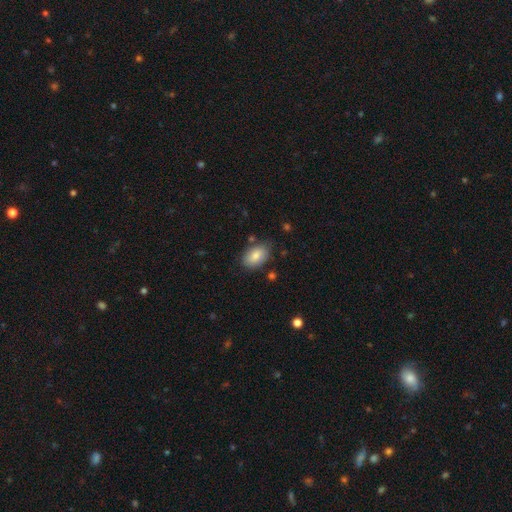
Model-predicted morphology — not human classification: Overall: smooth (83%). How rounded: in between (88%). Merging: none (77%).